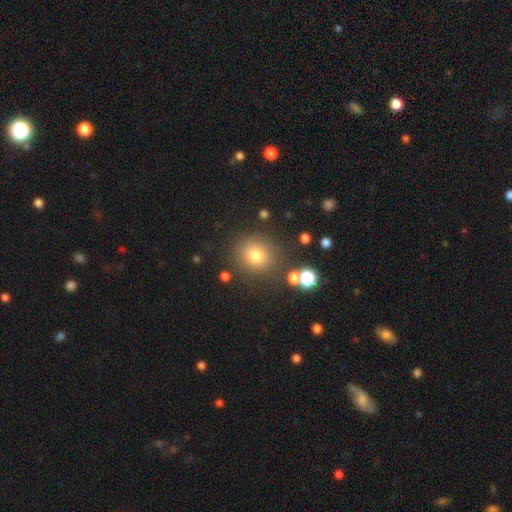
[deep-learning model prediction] This appears to be a smooth galaxy with no disk features (76%) that is round (89%). Merging: none (82%).